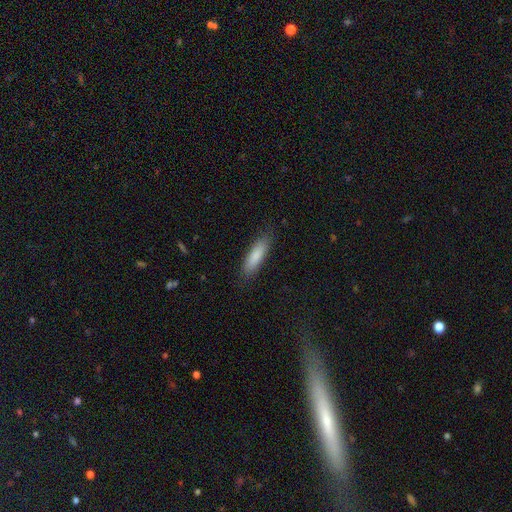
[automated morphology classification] type=smooth (84%); roundness=cigar-shaped (62%); merging=none (83%).